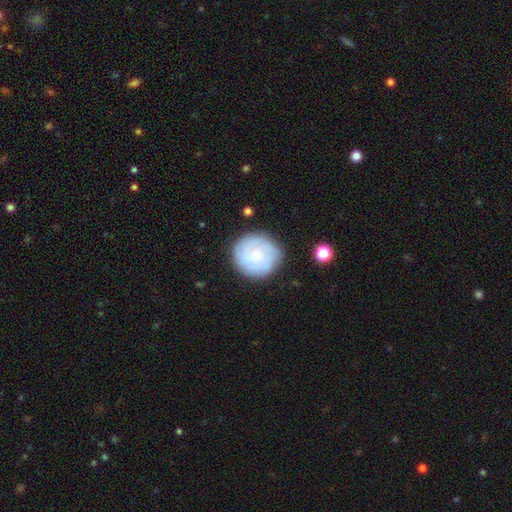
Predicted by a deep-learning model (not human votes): Smooth or featured: smooth — 50% (featured or disk — 43%)
How rounded: round — 92% (in between — 7%)
Merging: none — 81% (minor disturbance — 13%)